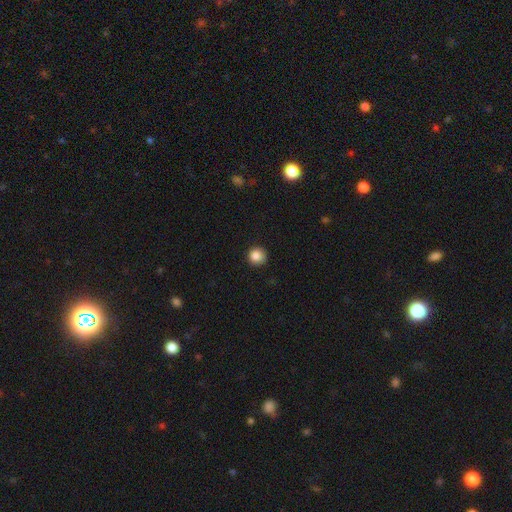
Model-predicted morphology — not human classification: This appears to be a smooth galaxy with no disk features (86%) that is round (94%). Merging: none (90%).